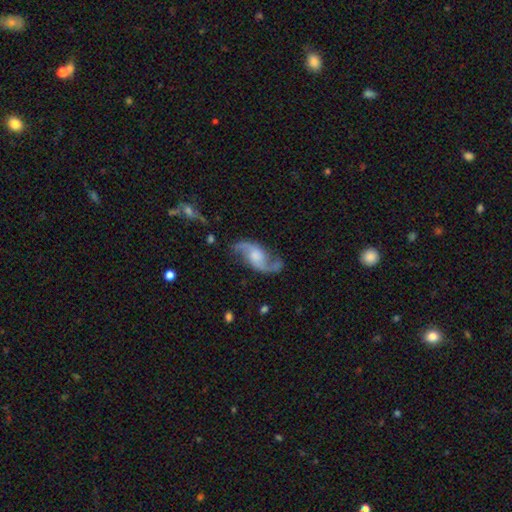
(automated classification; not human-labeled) Smooth or featured? Predicted: featured or disk (p=0.89). Edge-on disk? Predicted: no (p=0.97). Bar? Predicted: no (p=0.57). Spiral arms? Predicted: yes (p=0.97). Spiral winding? Predicted: loose (p=0.67). Spiral arm count? Predicted: 2 (p=0.94). Bulge size? Predicted: moderate (p=0.34). Merging? Predicted: none (p=0.76).